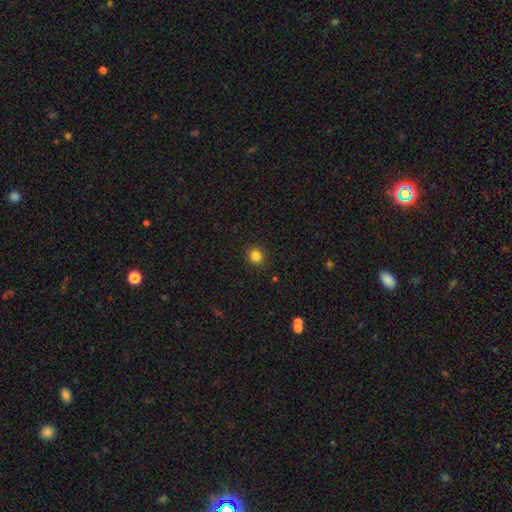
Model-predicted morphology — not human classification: A smooth galaxy with no disk features (84%) that is round (83%).

Vote fractions:
- Smooth or featured? smooth: 84% / star or artifact: 12% / featured or disk: 4%
- How rounded? round: 83% / in between: 16% / cigar-shaped: 1%
- Merging? none: 91% / minor disturbance: 6% / major disturbance: 2% / merger: 1%